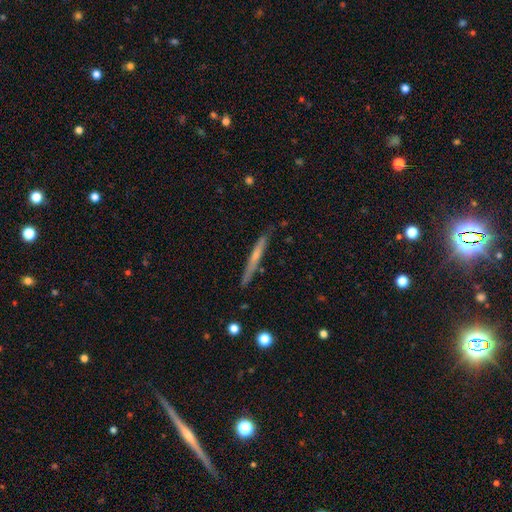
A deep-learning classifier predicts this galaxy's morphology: Q: Smooth or featured?
A: featured or disk (48%); runner-up: smooth (46%)
Q: Merging?
A: none (83%); runner-up: minor disturbance (12%)